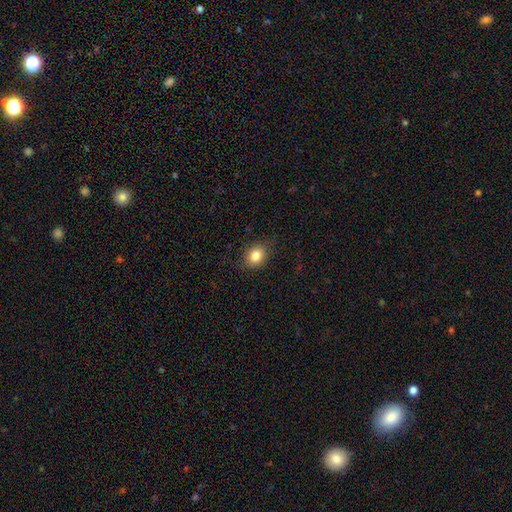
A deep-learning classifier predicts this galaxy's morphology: smooth 84%, star or artifact 10%, featured or disk 6%. Down the decision tree: how rounded — in between (55%); merging — none (86%).